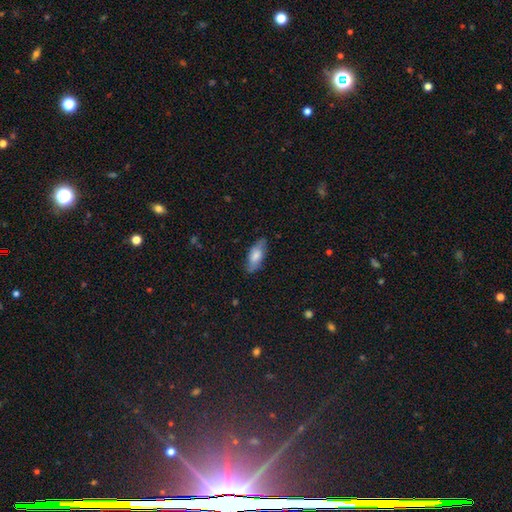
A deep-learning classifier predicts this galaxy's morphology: Smooth or featured? Predicted: smooth (p=0.72). How rounded? Predicted: in between (p=0.80). Merging? Predicted: none (p=0.79).